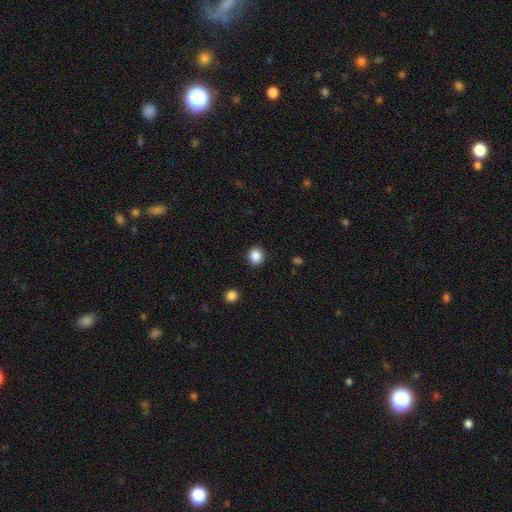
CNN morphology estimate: smooth_or_featured: smooth (p=0.87) [alt: star or artifact p=0.10]
how_rounded: round (p=0.78) [alt: in between p=0.21]
merging: none (p=0.90) [alt: minor disturbance p=0.07]